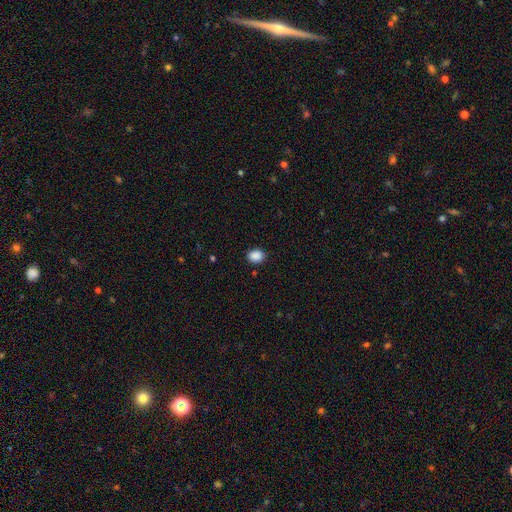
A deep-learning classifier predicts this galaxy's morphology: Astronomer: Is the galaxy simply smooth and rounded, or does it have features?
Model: smooth — 89%.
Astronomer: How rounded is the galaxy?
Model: in between — 53% (runner-up: round, 46%).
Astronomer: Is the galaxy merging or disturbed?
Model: none — 88%.